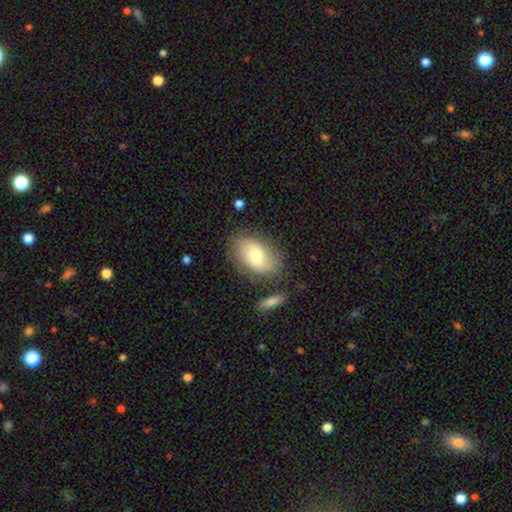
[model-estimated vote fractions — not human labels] Morphology: type=smooth (66%); roundness=in between (88%); merging=none (73%).